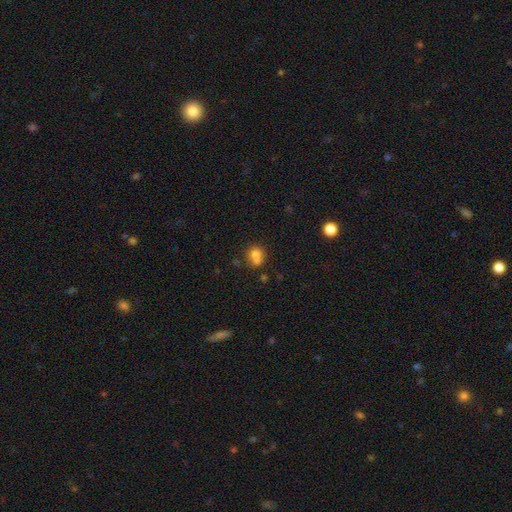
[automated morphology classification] Overall: smooth (73%). How rounded: round (71%). Merging: merger (45%; none 38%).